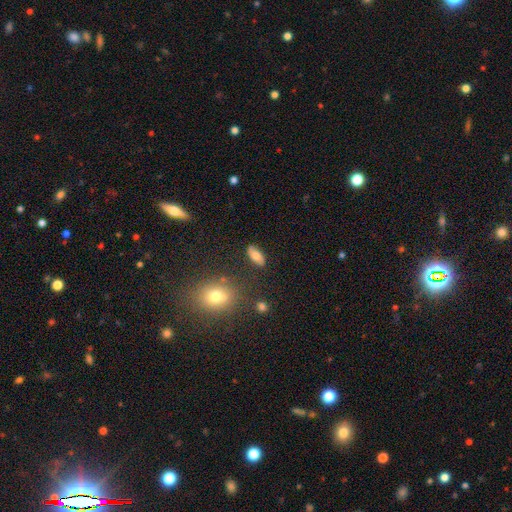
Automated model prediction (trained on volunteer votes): smooth 73%, featured or disk 18%, star or artifact 9%. Down the decision tree: how rounded — in between (82%); merging — none (84%).